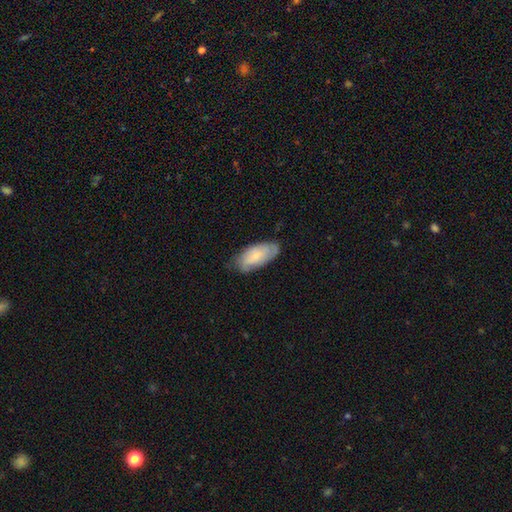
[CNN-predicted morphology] Smooth or featured? smooth (60%)
How rounded? in between (89%)
Merging? none (69%)